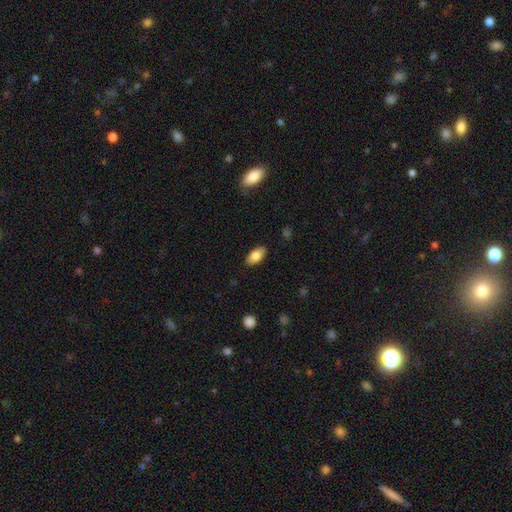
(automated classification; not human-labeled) Q: Smooth or featured?
A: smooth (81%); runner-up: featured or disk (12%)
Q: How rounded?
A: in between (91%); runner-up: cigar-shaped (6%)
Q: Merging?
A: none (88%); runner-up: minor disturbance (9%)